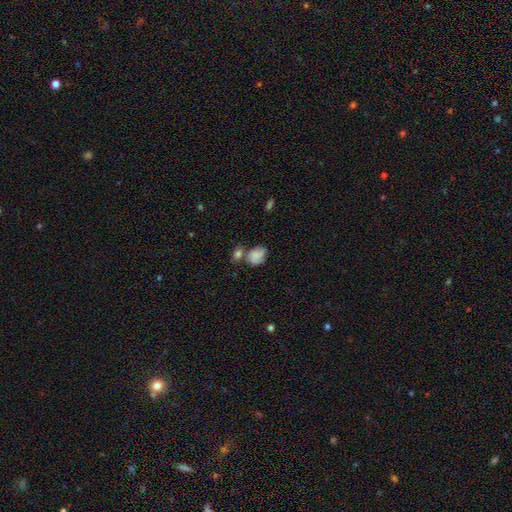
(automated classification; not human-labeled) smooth-or-featured: smooth: 74% | featured or disk: 16% | star or artifact: 10%
  how-rounded: in between: 65% | round: 34% | cigar-shaped: 1%
  merging: none: 37% | merger: 29% | minor disturbance: 23% | major disturbance: 11%